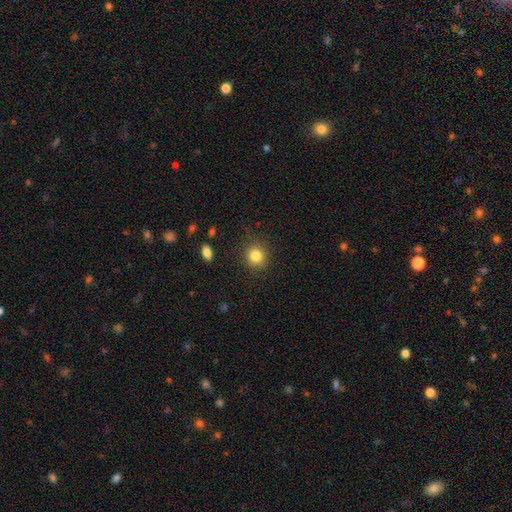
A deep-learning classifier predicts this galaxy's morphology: Smooth or featured: smooth — 83% (star or artifact — 11%)
How rounded: round — 86% (in between — 13%)
Merging: none — 88% (minor disturbance — 8%)